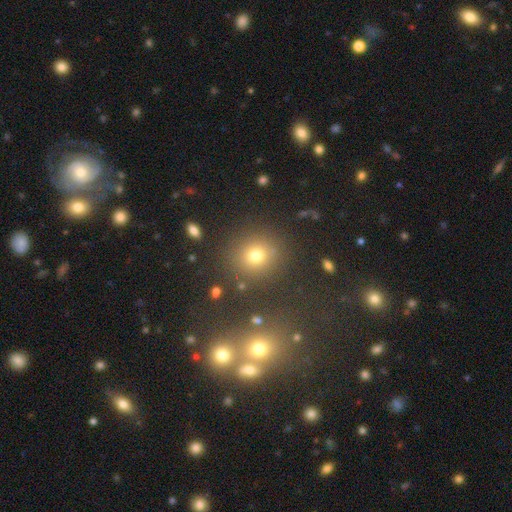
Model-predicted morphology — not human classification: Q: Smooth or featured?
A: smooth (71%); runner-up: star or artifact (21%)
Q: How rounded?
A: round (83%); runner-up: in between (15%)
Q: Merging?
A: none (84%); runner-up: minor disturbance (8%)